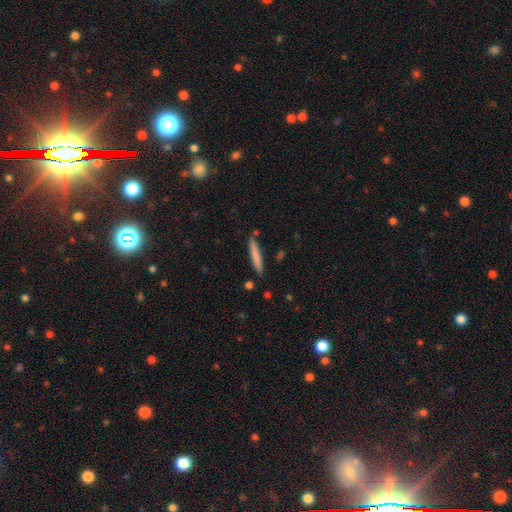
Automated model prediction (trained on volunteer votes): Smooth or featured?
  - smooth: 76% *
  - featured or disk: 18%
  - star or artifact: 6%
How rounded?
  - cigar-shaped: 94% *
  - in between: 4%
  - round: 1%
Merging?
  - none: 86% *
  - minor disturbance: 10%
  - merger: 3%
  - major disturbance: 2%